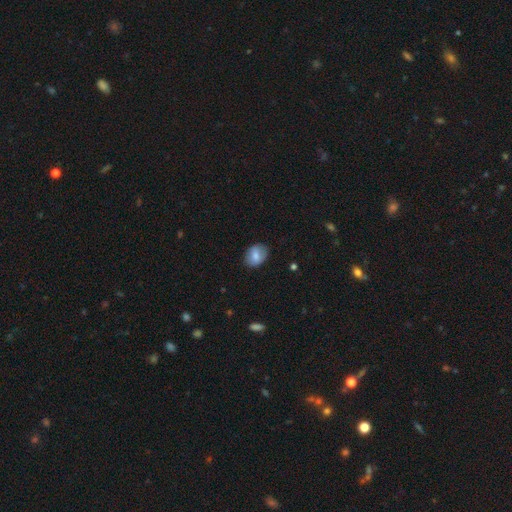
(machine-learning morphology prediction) Smooth or featured: smooth — 74% (featured or disk — 18%)
How rounded: in between — 67% (round — 31%)
Merging: none — 80% (minor disturbance — 15%)